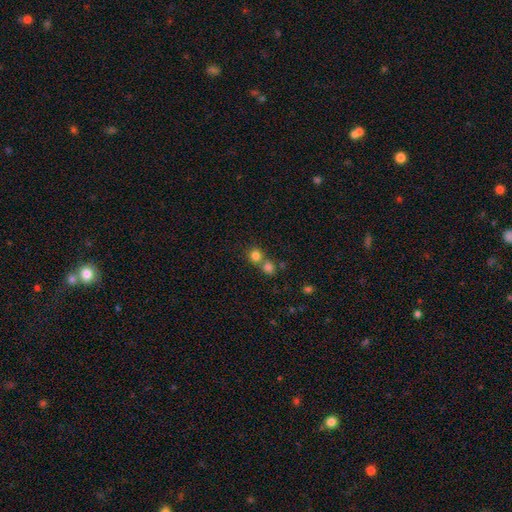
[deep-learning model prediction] smooth-or-featured: smooth: 80% | star or artifact: 13% | featured or disk: 7%
  how-rounded: round: 89% | in between: 10% | cigar-shaped: 1%
  merging: none: 53% | merger: 39% | minor disturbance: 6% | major disturbance: 2%